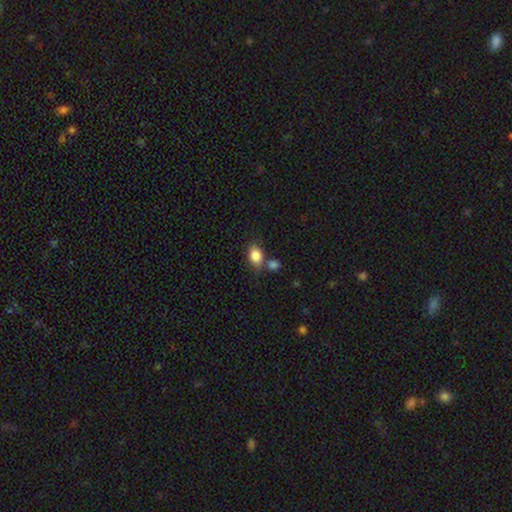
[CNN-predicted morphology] The model was most divided on "merging": none: 57%, merger: 23%, minor disturbance: 16%, major disturbance: 5%. More confident: smooth or featured — smooth (85%); how rounded — in between (73%).